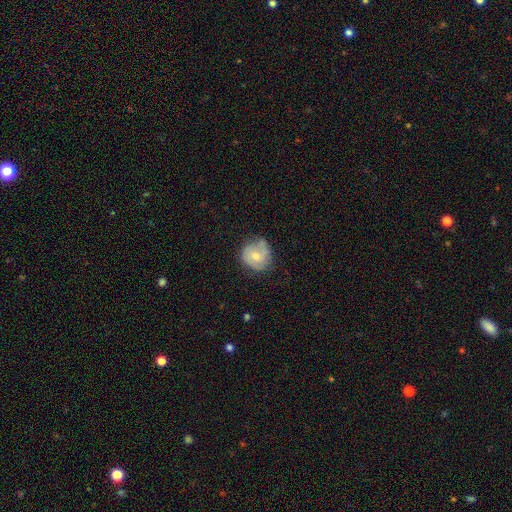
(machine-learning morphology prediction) smooth 52%, featured or disk 42%, star or artifact 7%. Down the decision tree: how rounded — round (83%); merging — none (61%).